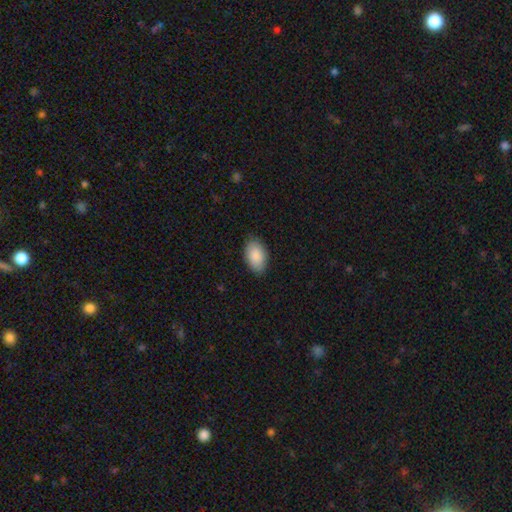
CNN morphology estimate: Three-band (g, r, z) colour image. It shows a smooth galaxy with no disk features (89%) that is in between round and cigar-shaped (94%). Merging: none (86%).